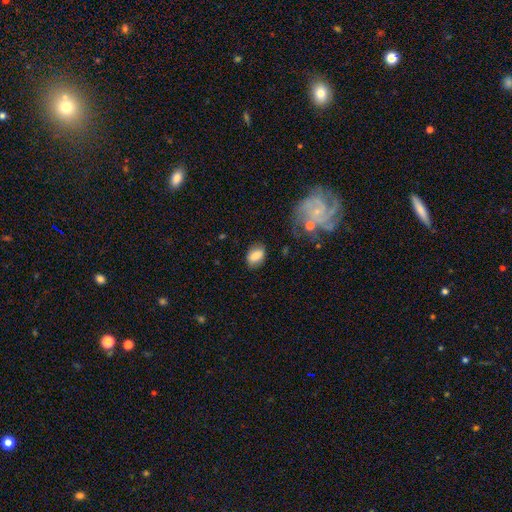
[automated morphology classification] smooth 82%, featured or disk 10%, star or artifact 8%. Down the decision tree: how rounded — in between (84%); merging — none (79%).